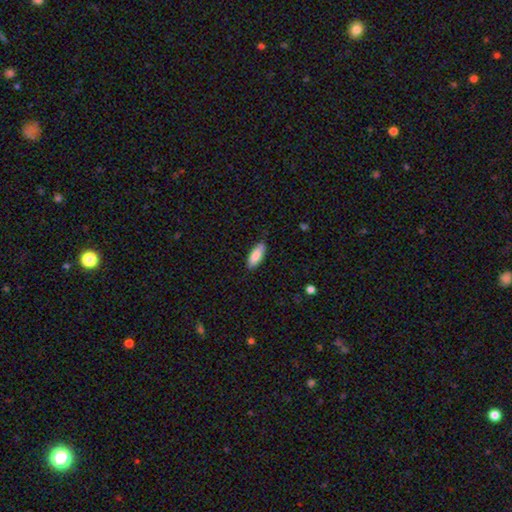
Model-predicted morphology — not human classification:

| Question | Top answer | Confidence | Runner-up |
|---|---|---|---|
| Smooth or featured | smooth | 86% | featured or disk (8%) |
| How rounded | in between | 80% | cigar-shaped (19%) |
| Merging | none | 81% | minor disturbance (16%) |